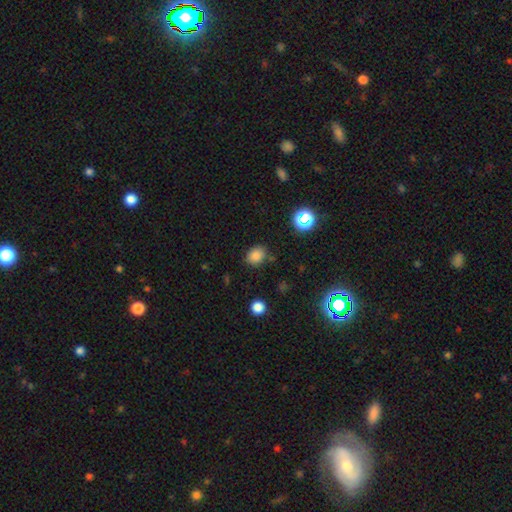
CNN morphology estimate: smooth 82%, star or artifact 13%, featured or disk 5%. Down the decision tree: how rounded — in between (53%); merging — none (80%).